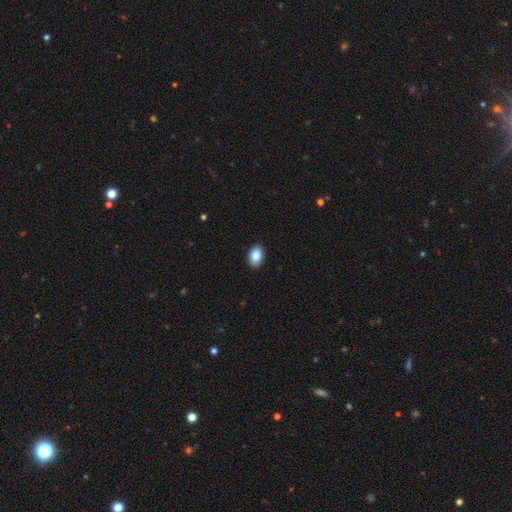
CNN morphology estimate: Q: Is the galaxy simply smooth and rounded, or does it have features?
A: smooth — 88%.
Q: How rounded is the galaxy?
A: in between — 86%.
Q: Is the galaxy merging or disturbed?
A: none — 89%.